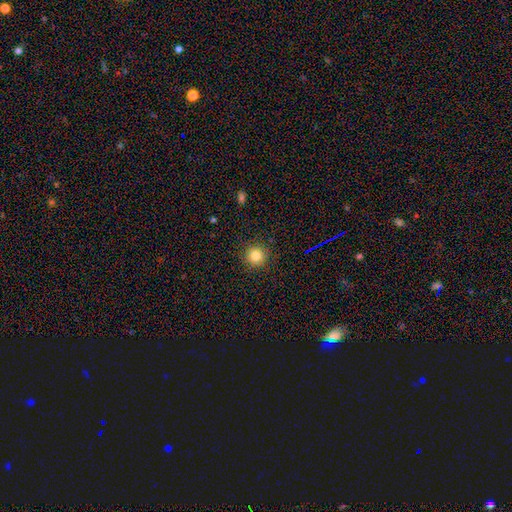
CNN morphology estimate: Q: Smooth or featured?
A: smooth (82%); runner-up: star or artifact (12%)
Q: How rounded?
A: round (95%); runner-up: in between (4%)
Q: Merging?
A: none (90%); runner-up: minor disturbance (6%)